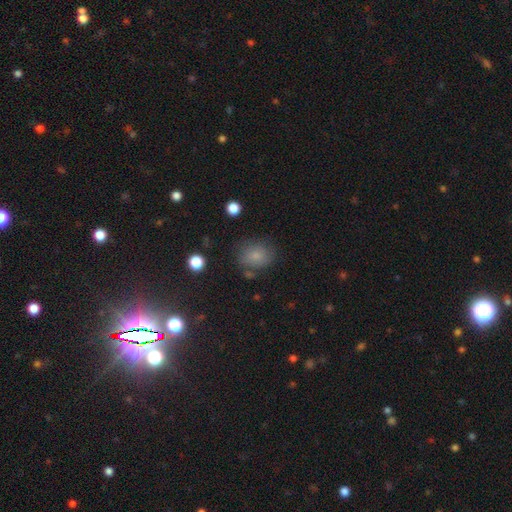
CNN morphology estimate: This appears to be a smooth galaxy with no disk features (79%) that is round (61%). Merging: none (70%).